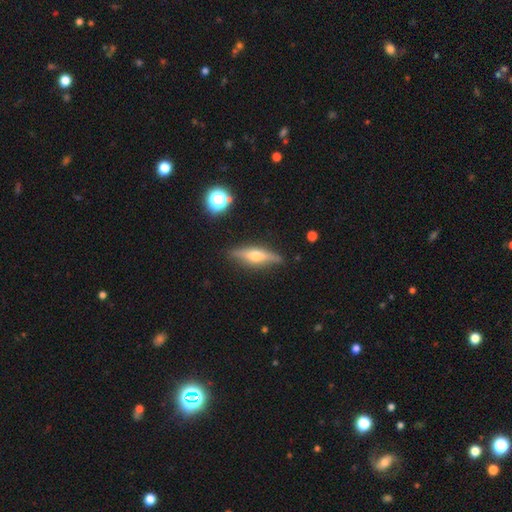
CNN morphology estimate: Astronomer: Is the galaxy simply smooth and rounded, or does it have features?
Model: featured or disk — 61%.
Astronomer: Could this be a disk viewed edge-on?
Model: yes — 93%.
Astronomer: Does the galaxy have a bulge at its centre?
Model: rounded — 91%.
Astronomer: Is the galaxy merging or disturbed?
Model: none — 85%.